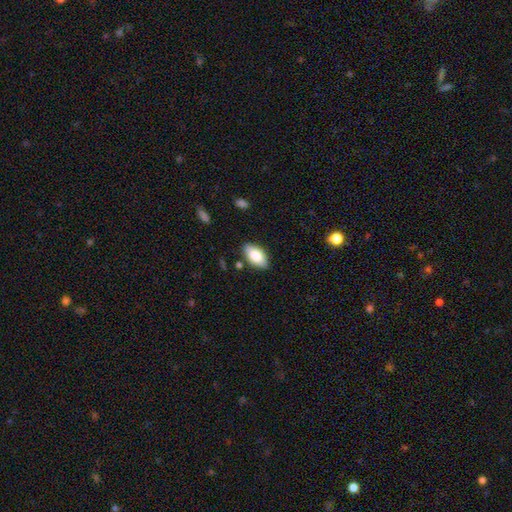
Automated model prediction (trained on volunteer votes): This appears to be a smooth galaxy with no disk features (82%) that is in between round and cigar-shaped (94%). Merging: none (84%).